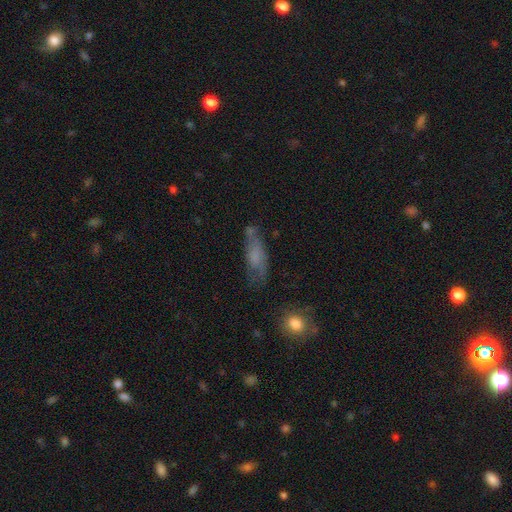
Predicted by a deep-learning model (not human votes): Overall: smooth (56%; featured or disk 33%). How rounded: in between (51%; cigar-shaped 46%). Merging: none (53%; minor disturbance 27%).